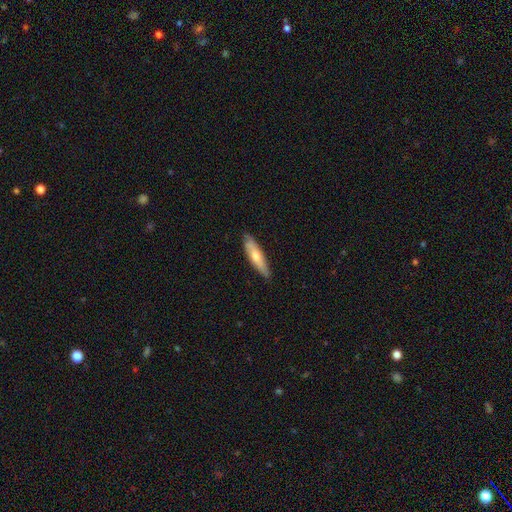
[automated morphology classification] A smooth galaxy with no disk features (54%) that is cigar-shaped (79%).

Vote fractions:
- Smooth or featured? smooth: 54% / featured or disk: 40% / star or artifact: 6%
- How rounded? cigar-shaped: 79% / in between: 20% / round: 2%
- Merging? none: 86% / minor disturbance: 11% / major disturbance: 2% / merger: 1%